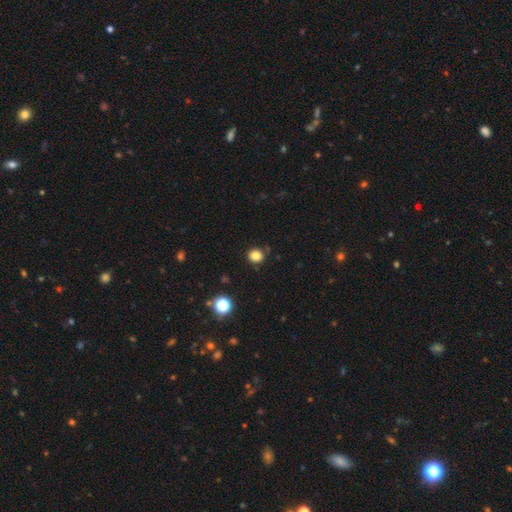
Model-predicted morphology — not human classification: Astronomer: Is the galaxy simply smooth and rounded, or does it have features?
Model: smooth — 83%.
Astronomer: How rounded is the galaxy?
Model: round — 85%.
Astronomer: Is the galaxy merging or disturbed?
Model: none — 84%.